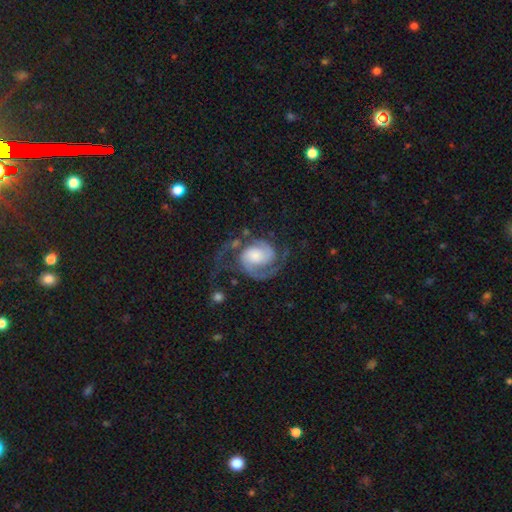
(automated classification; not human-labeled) Smooth or featured: featured or disk — 87% (smooth — 7%)
Edge-on disk: no — 98% (yes — 2%)
Bar: no — 66% (weak — 26%)
Spiral arms: yes — 97% (no — 3%)
Spiral winding: medium — 49% (tight — 30%)
Spiral arm count: 2 — 87% (1 — 4%)
Bulge size: large — 34% (moderate — 27%)
Merging: none — 54% (major disturbance — 24%)